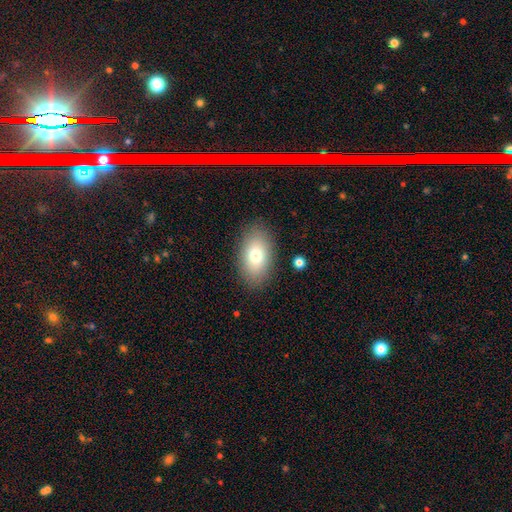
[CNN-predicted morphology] Overall: smooth (75%). How rounded: in between (90%). Merging: none (86%).